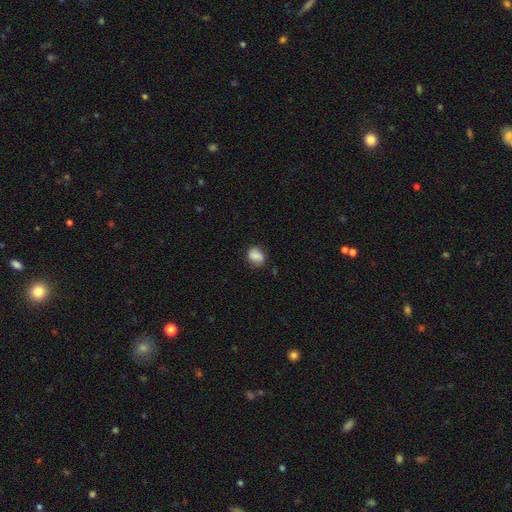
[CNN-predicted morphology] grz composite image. It shows a smooth galaxy with no disk features (81%) that is in between round and cigar-shaped (50%). Merging: none (72%).